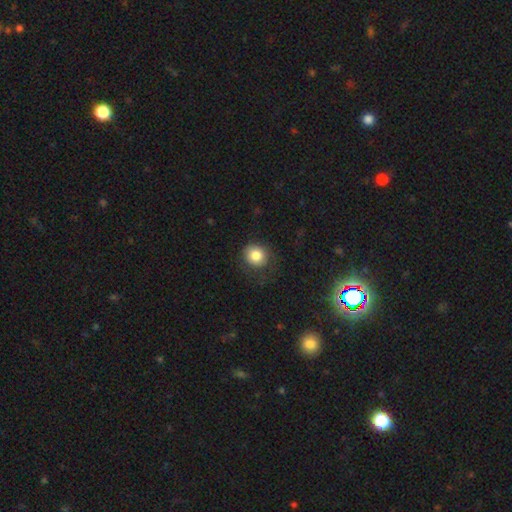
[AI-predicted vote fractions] smooth-or-featured: smooth: 83% | star or artifact: 10% | featured or disk: 7%
  how-rounded: round: 85% | in between: 14% | cigar-shaped: 1%
  merging: none: 76% | minor disturbance: 16% | major disturbance: 7% | merger: 1%